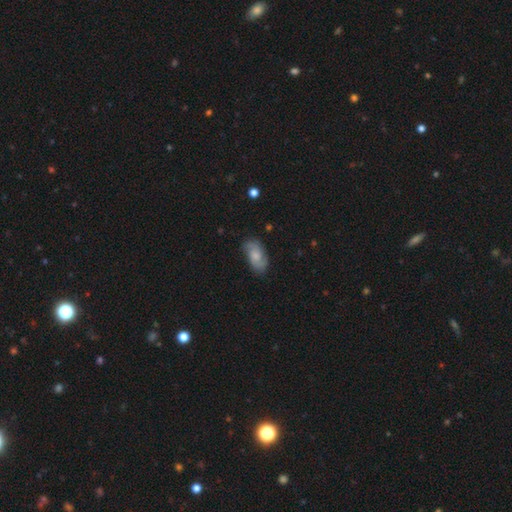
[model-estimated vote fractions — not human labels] Q: Smooth or featured?
A: smooth (50%); runner-up: featured or disk (42%)
Q: How rounded?
A: in between (91%); runner-up: round (5%)
Q: Merging?
A: none (73%); runner-up: minor disturbance (20%)